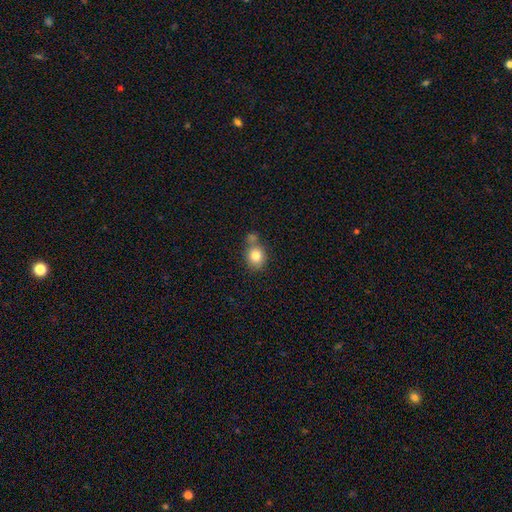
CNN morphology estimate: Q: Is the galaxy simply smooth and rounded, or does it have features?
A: smooth — 81%.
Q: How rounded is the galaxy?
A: round — 70%.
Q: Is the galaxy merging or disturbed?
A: none — 53%.